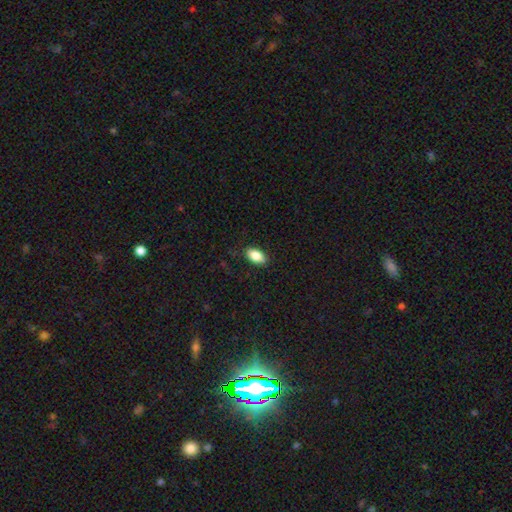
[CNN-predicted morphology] Smooth or featured? smooth (87%)
How rounded? in between (93%)
Merging? none (86%)